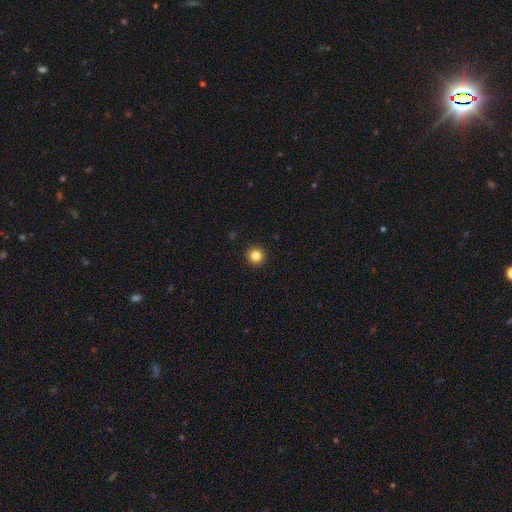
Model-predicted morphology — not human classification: The model was most divided on "smooth or featured": smooth: 84%, star or artifact: 11%, featured or disk: 4%. More confident: how rounded — round (96%); merging — none (93%).